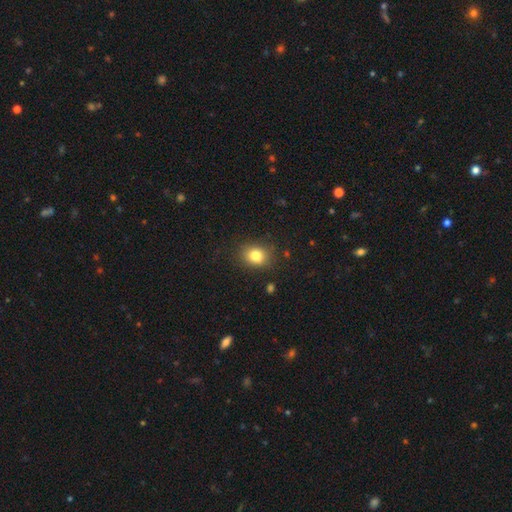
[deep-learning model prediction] A smooth galaxy with no disk features (82%) that is round (52%). Merging: none (85%).